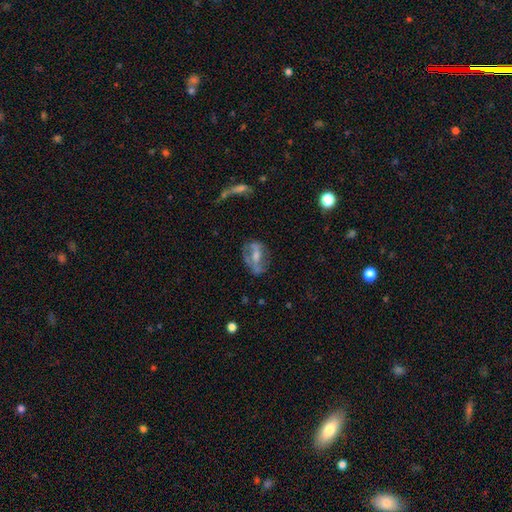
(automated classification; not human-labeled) Smooth or featured? Predicted: featured or disk (p=0.56). Edge-on disk? Predicted: no (p=0.88). Merging? Predicted: none (p=0.53).